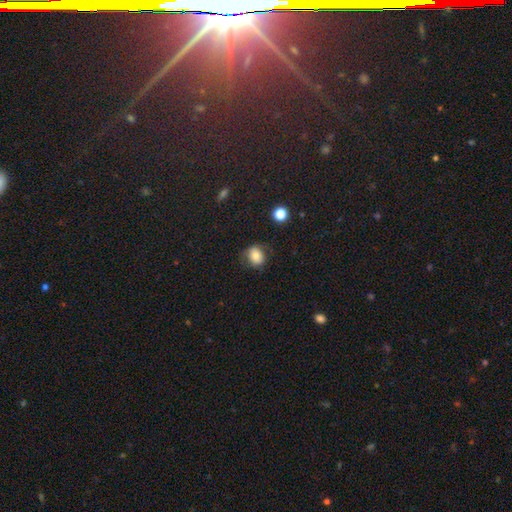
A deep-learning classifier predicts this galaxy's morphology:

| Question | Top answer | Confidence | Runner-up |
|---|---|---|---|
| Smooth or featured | smooth | 79% | star or artifact (11%) |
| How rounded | round | 59% | in between (40%) |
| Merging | none | 70% | minor disturbance (21%) |